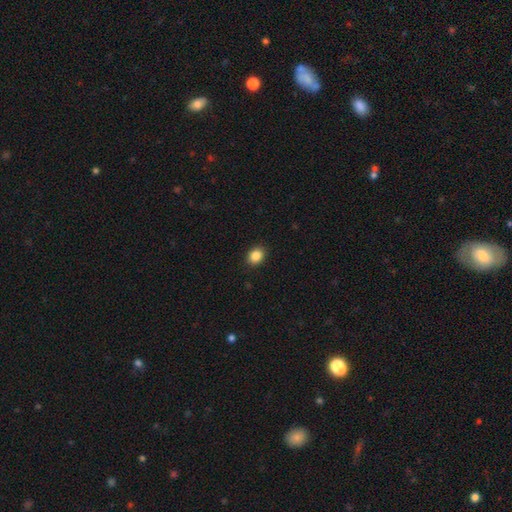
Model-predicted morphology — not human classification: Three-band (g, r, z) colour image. It shows a smooth galaxy with no disk features (87%) that is in between round and cigar-shaped (54%). Merging: none (91%).